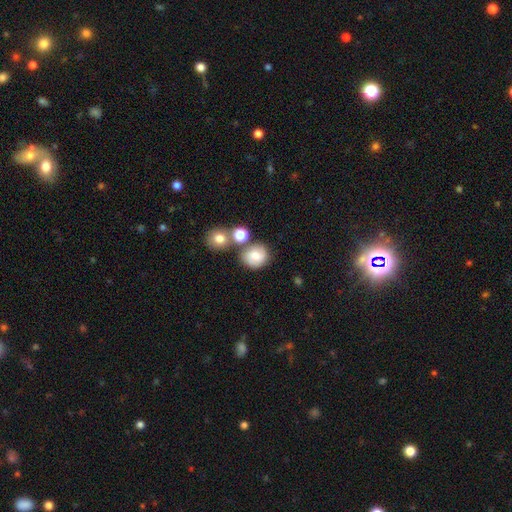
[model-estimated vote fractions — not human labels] Overall: smooth (69%). How rounded: round (83%). Merging: none (67%).